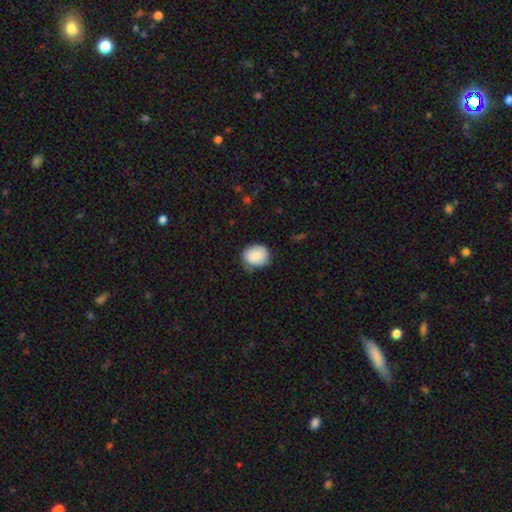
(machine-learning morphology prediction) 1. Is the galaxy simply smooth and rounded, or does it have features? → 88% smooth, 7% star or artifact, 6% featured or disk.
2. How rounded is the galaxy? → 68% round, 32% in between, 1% cigar-shaped.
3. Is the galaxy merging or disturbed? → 68% none, 25% minor disturbance, 5% major disturbance, 1% merger.